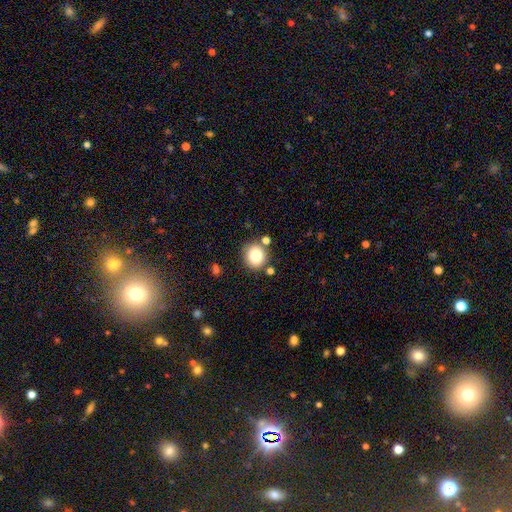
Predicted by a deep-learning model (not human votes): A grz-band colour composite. It shows a smooth galaxy with no disk features (81%) that is round (84%). Merging: none (80%).